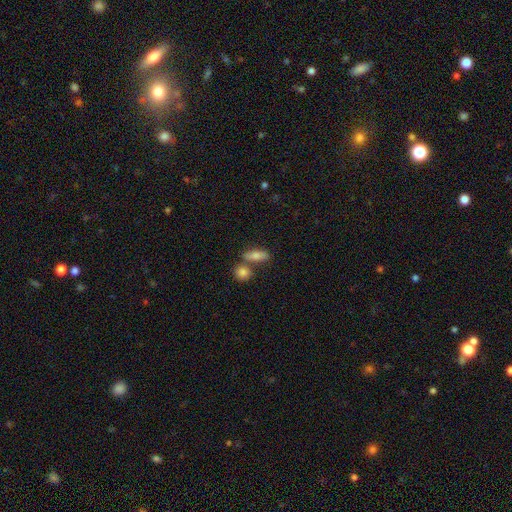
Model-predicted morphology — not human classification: smooth-or-featured: smooth: 70% | featured or disk: 21% | star or artifact: 9%
  how-rounded: in between: 55% | cigar-shaped: 36% | round: 8%
  merging: none: 61% | merger: 24% | minor disturbance: 11% | major disturbance: 4%